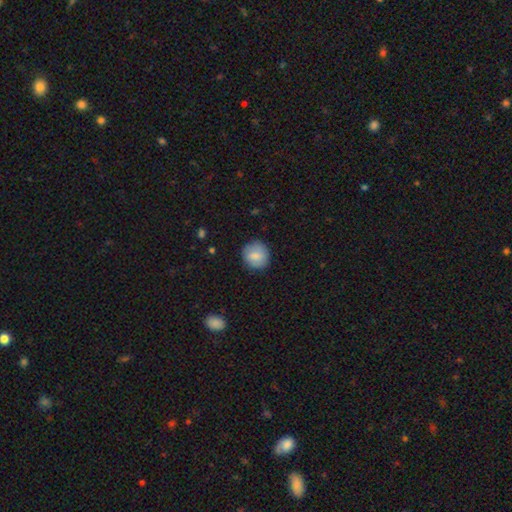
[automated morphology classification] A smooth galaxy with no disk features (81%) that is round (86%).

Vote fractions:
- Smooth or featured? smooth: 81% / featured or disk: 12% / star or artifact: 7%
- How rounded? round: 86% / in between: 13% / cigar-shaped: 1%
- Merging? none: 84% / minor disturbance: 12% / major disturbance: 3% / merger: 1%